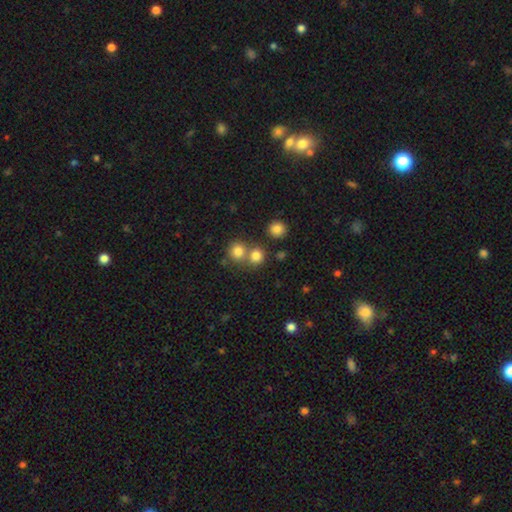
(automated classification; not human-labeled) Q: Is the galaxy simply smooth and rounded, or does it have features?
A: smooth — 79%.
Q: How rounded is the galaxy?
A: round — 87%.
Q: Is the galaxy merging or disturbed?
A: none — 57%.